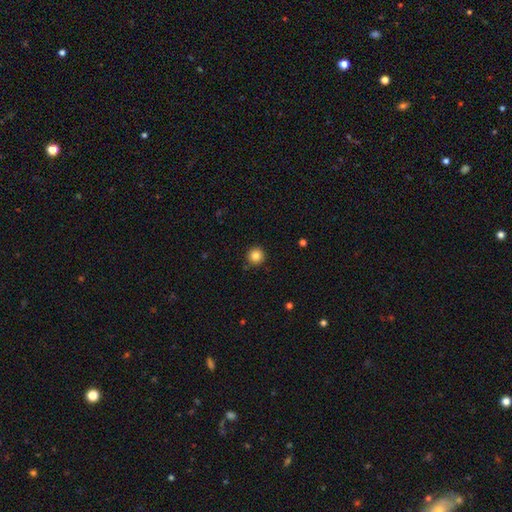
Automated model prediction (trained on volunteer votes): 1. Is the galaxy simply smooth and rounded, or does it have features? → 84% smooth, 11% star or artifact, 5% featured or disk.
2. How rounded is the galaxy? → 95% round, 4% in between, 1% cigar-shaped.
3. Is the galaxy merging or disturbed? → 91% none, 6% minor disturbance, 2% major disturbance, 2% merger.